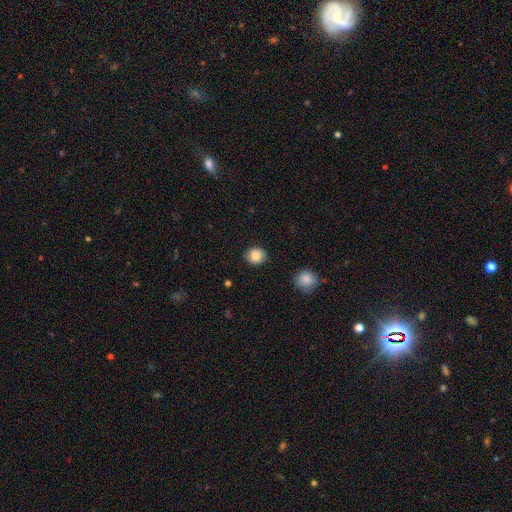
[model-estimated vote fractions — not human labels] Smooth or featured: smooth — 86% (star or artifact — 9%)
How rounded: round — 75% (in between — 24%)
Merging: none — 90% (minor disturbance — 7%)